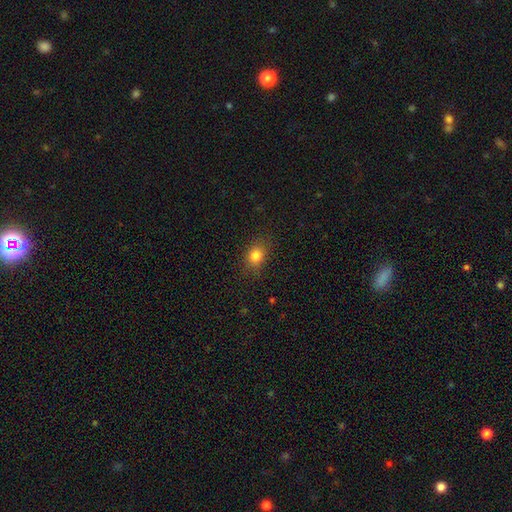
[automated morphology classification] smooth-or-featured: smooth: 82% | star or artifact: 12% | featured or disk: 6%
  how-rounded: in between: 52% | round: 47% | cigar-shaped: 1%
  merging: none: 83% | minor disturbance: 12% | major disturbance: 4% | merger: 1%